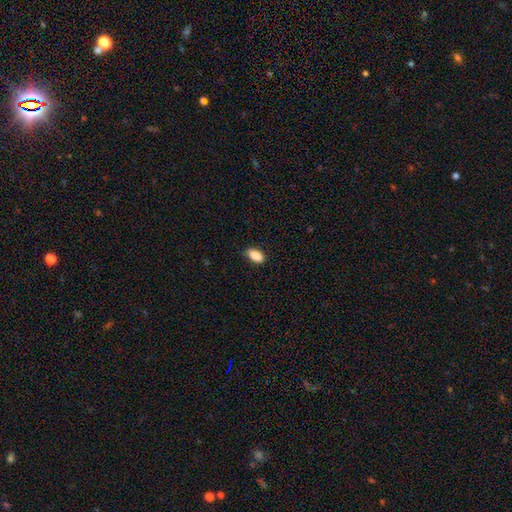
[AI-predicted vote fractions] The model was most divided on "merging": none: 79%, minor disturbance: 17%, major disturbance: 3%, merger: 1%. More confident: how rounded — in between (91%); smooth or featured — smooth (88%).